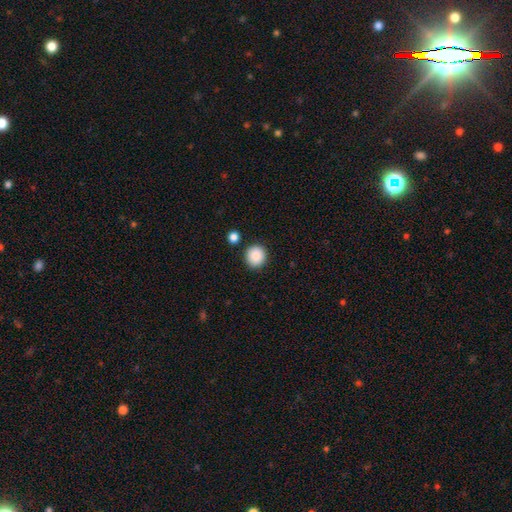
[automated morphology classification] Smooth or featured? Predicted: smooth (p=0.88). How rounded? Predicted: round (p=0.91). Merging? Predicted: none (p=0.89).